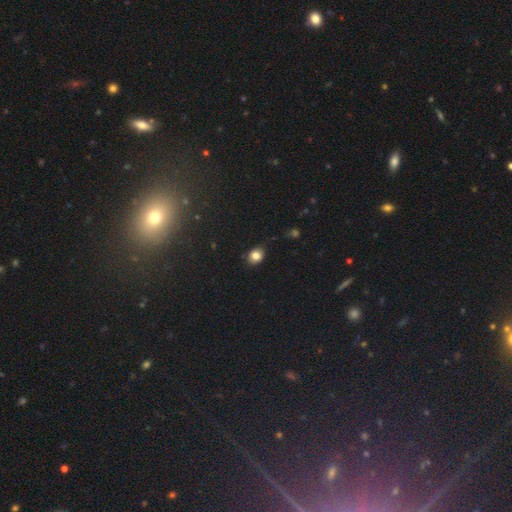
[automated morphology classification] This appears to be a smooth galaxy with no disk features (83%) that is round (53%). Merging: none (79%).